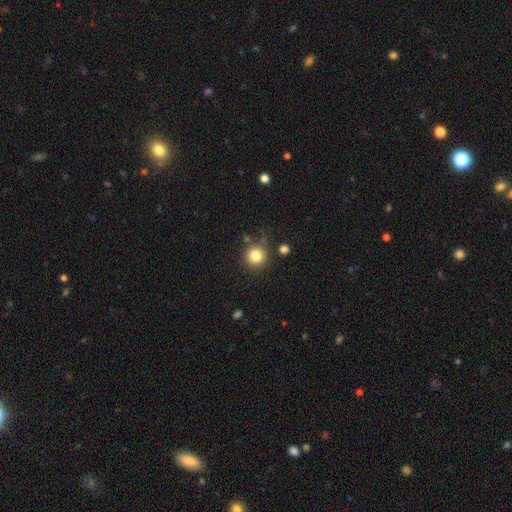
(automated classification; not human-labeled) Morphology: type=smooth (82%); roundness=round (94%); merging=none (80%).